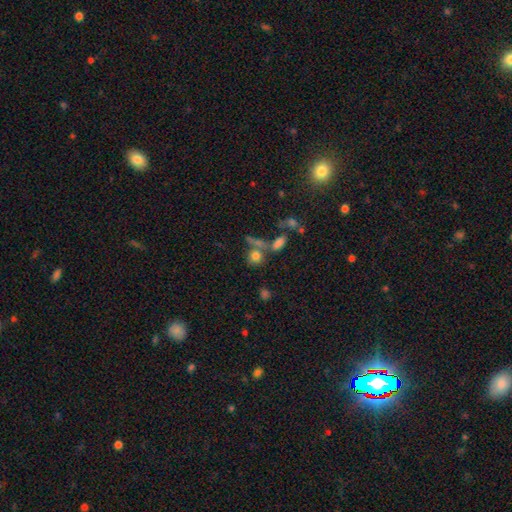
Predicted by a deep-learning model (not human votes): This is likely a smooth galaxy (74%). How rounded: likely round (74%). Merging: possibly none (51%).